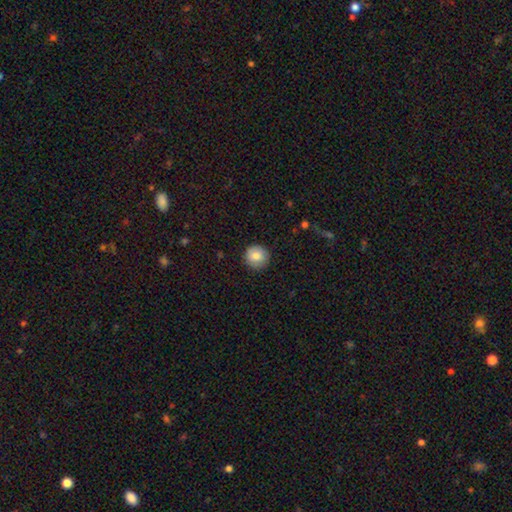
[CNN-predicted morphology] smooth 83%, featured or disk 9%, star or artifact 8%. Down the decision tree: how rounded — round (95%); merging — none (90%).